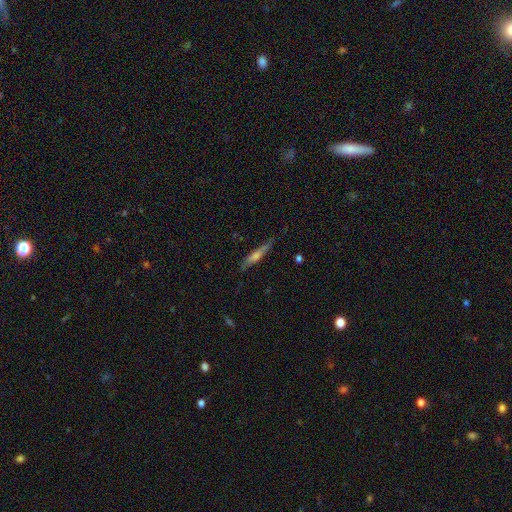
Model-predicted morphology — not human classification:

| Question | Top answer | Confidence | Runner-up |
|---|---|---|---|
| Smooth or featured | featured or disk | 52% | smooth (41%) |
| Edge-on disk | yes | 92% | no (8%) |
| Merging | none | 79% | minor disturbance (16%) |